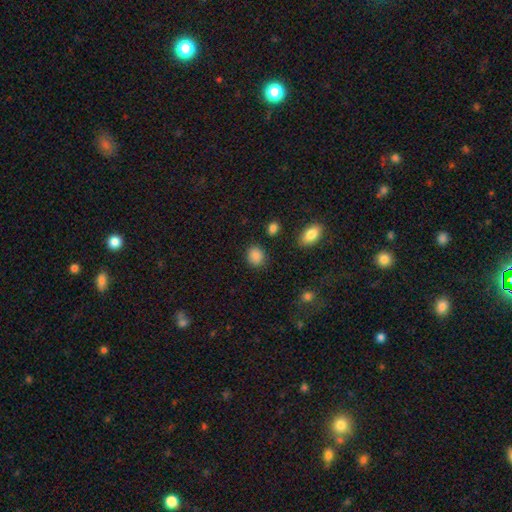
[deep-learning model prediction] A smooth galaxy with no disk features (87%) that is round (60%).

Vote fractions:
- Smooth or featured? smooth: 87% / star or artifact: 9% / featured or disk: 4%
- How rounded? round: 60% / in between: 39% / cigar-shaped: 1%
- Merging? none: 84% / minor disturbance: 10% / major disturbance: 3% / merger: 2%